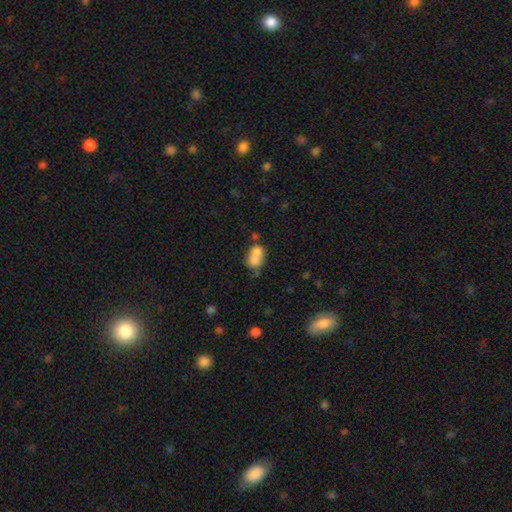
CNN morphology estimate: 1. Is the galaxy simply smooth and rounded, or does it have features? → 71% smooth, 18% featured or disk, 10% star or artifact.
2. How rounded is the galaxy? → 58% in between, 41% round, 2% cigar-shaped.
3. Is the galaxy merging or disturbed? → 59% merger, 25% none, 11% minor disturbance, 6% major disturbance.